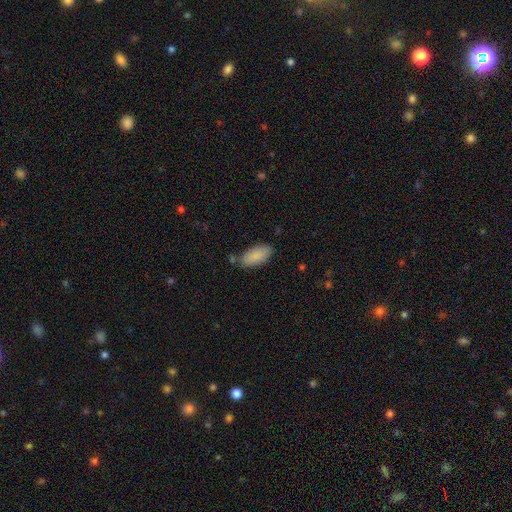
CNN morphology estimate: A smooth galaxy with no disk features (88%) that is in between round and cigar-shaped (91%). Merging: none (76%).